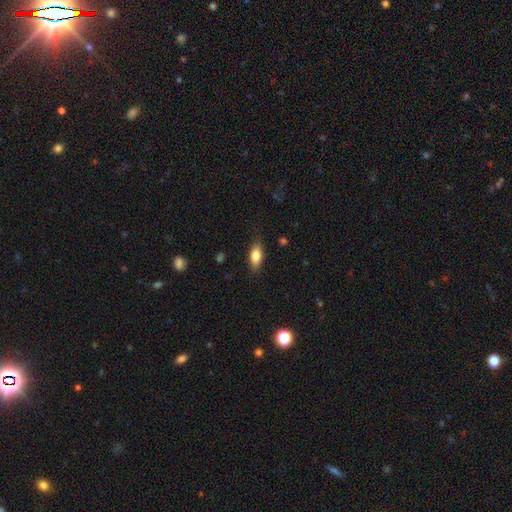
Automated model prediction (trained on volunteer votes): smooth-or-featured: smooth: 81% | featured or disk: 12% | star or artifact: 7%
  how-rounded: in between: 82% | cigar-shaped: 14% | round: 4%
  merging: none: 82% | minor disturbance: 13% | major disturbance: 3% | merger: 1%